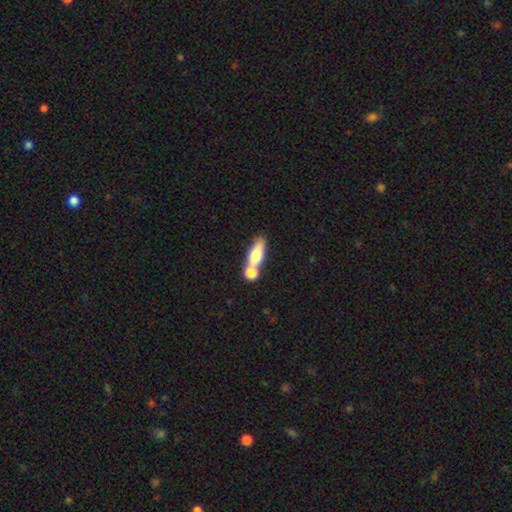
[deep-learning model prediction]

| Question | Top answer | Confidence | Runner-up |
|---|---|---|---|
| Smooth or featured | smooth | 66% | featured or disk (26%) |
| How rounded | in between | 56% | cigar-shaped (34%) |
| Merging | merger | 53% | none (33%) |